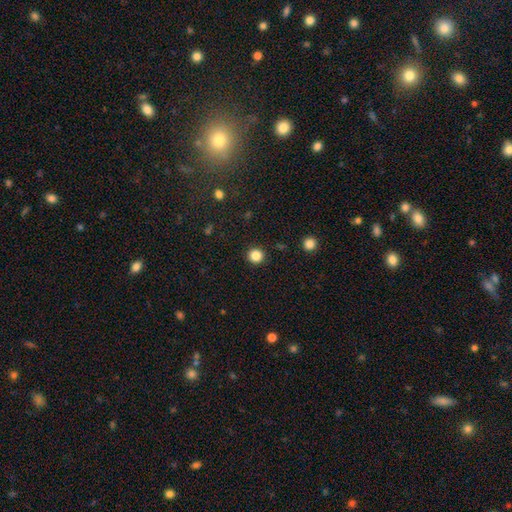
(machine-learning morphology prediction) type=smooth (84%); roundness=round (94%); merging=none (92%).